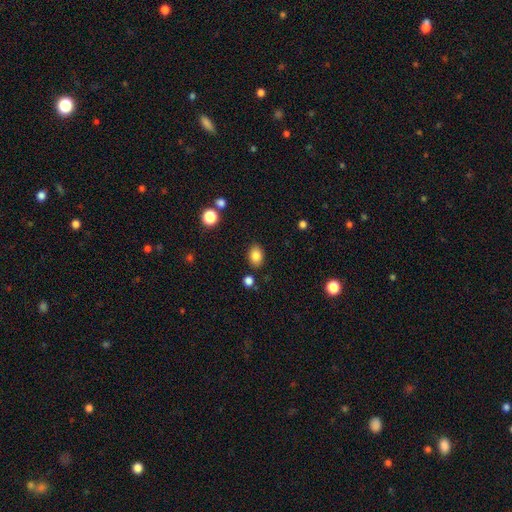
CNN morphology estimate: smooth 84%, star or artifact 9%, featured or disk 6%. Down the decision tree: how rounded — in between (78%); merging — none (85%).